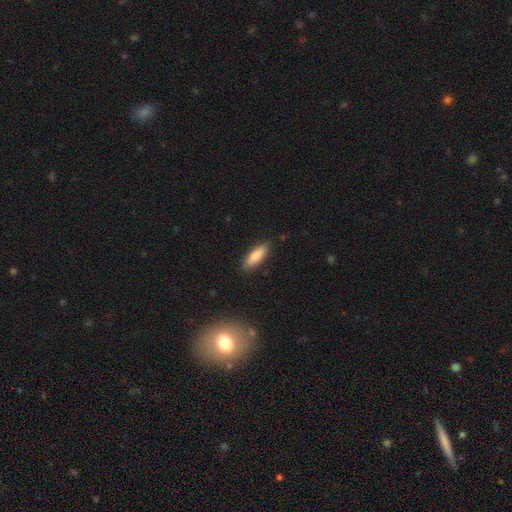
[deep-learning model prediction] Smooth or featured? Predicted: smooth (p=0.84). How rounded? Predicted: in between (p=0.49, tied with cigar-shaped). Merging? Predicted: none (p=0.86).